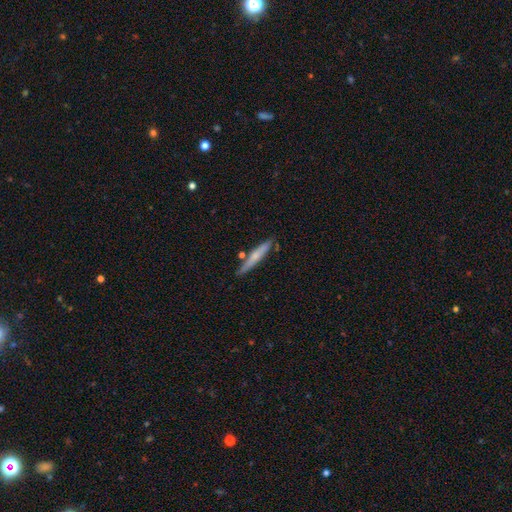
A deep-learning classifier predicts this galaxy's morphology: Smooth or featured? Predicted: smooth (p=0.54). How rounded? Predicted: cigar-shaped (p=0.93). Merging? Predicted: none (p=0.80).